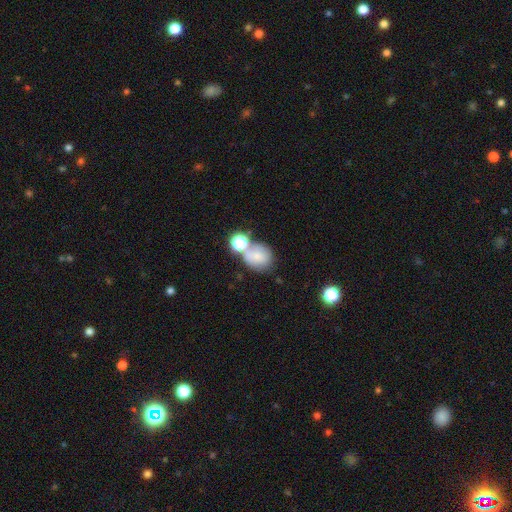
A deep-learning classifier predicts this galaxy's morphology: Smooth or featured? smooth (68%)
How rounded? round (68%)
Merging? none (40%)